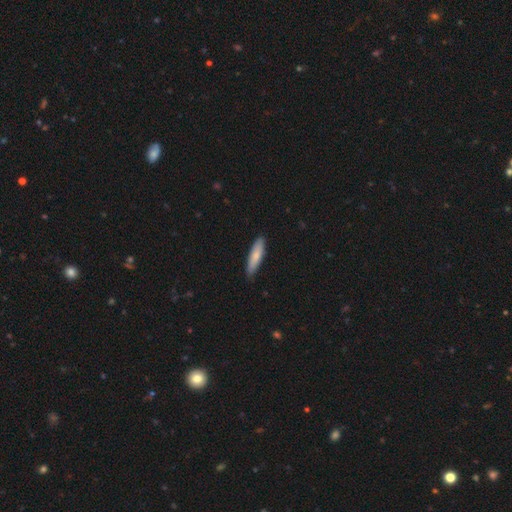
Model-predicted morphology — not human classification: Q: Smooth or featured?
A: smooth (79%); runner-up: featured or disk (16%)
Q: How rounded?
A: cigar-shaped (71%); runner-up: in between (27%)
Q: Merging?
A: none (84%); runner-up: minor disturbance (13%)